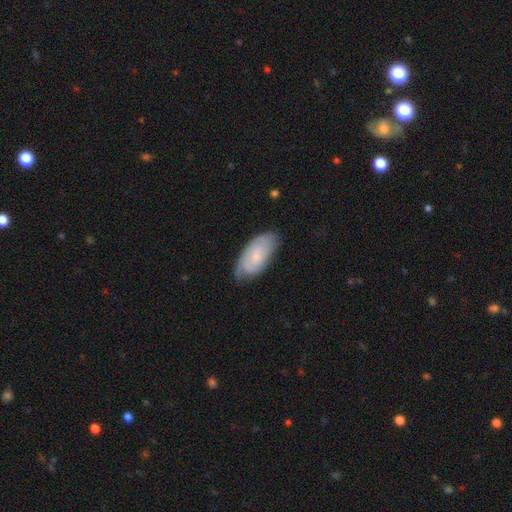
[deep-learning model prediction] A smooth galaxy with no disk features (51%) that is in between round and cigar-shaped (91%). Merging: none (65%).